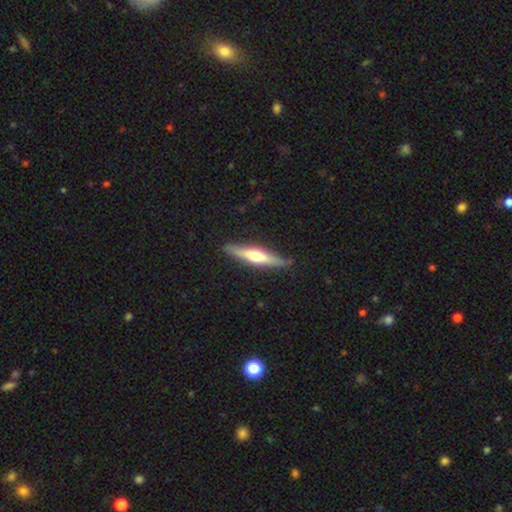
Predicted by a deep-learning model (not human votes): Smooth or featured? featured or disk (58%)
Edge-on disk? yes (94%)
Edge-on bulge? rounded (88%)
Merging? none (87%)